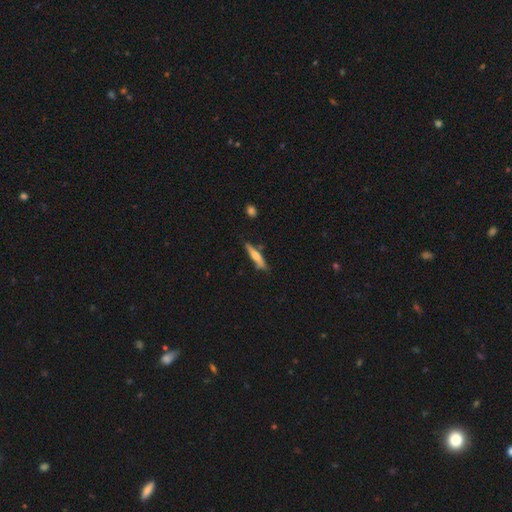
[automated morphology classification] smooth_or_featured: smooth (p=0.55) [alt: featured or disk p=0.39]
how_rounded: cigar-shaped (p=0.87) [alt: in between p=0.11]
merging: none (p=0.74) [alt: minor disturbance p=0.19]